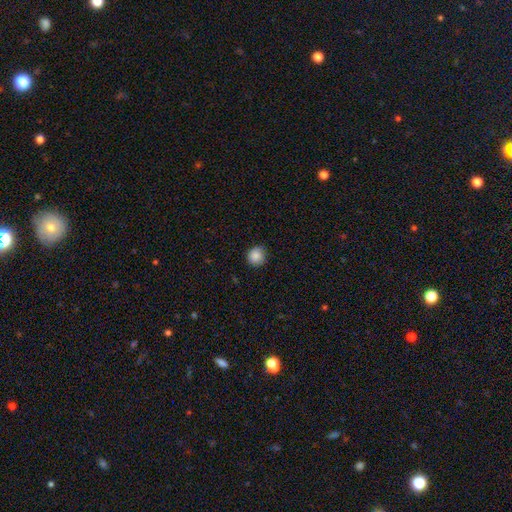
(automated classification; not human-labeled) This appears to be a smooth galaxy with no disk features (87%) that is round (91%). Merging: none (83%).